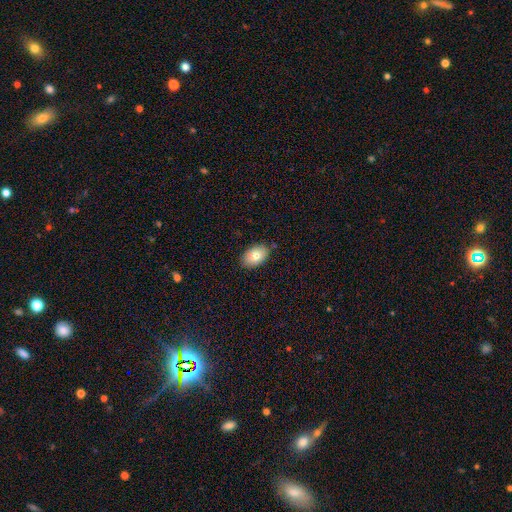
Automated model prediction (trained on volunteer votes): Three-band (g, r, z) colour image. It shows a smooth galaxy with no disk features (79%) that is in between round and cigar-shaped (90%). Merging: none (84%).